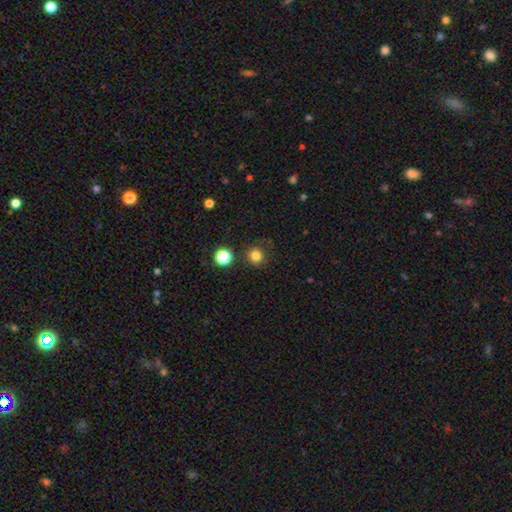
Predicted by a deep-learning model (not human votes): This is clearly a smooth galaxy (80%). How rounded: clearly round (91%). Merging: clearly none (85%).